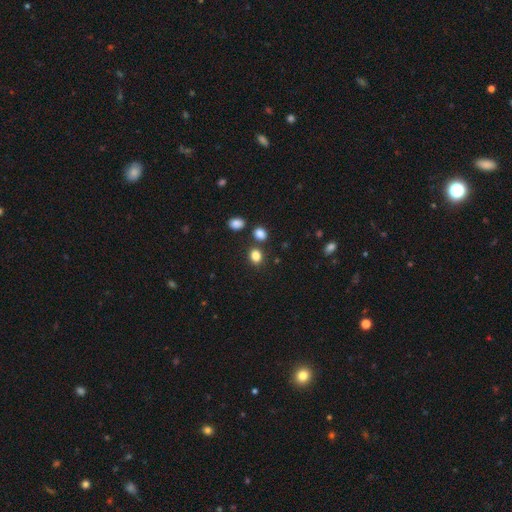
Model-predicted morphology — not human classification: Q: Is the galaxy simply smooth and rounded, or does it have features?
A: smooth — 83%.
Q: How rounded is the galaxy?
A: round — 54%.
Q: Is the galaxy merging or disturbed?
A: none — 79%.